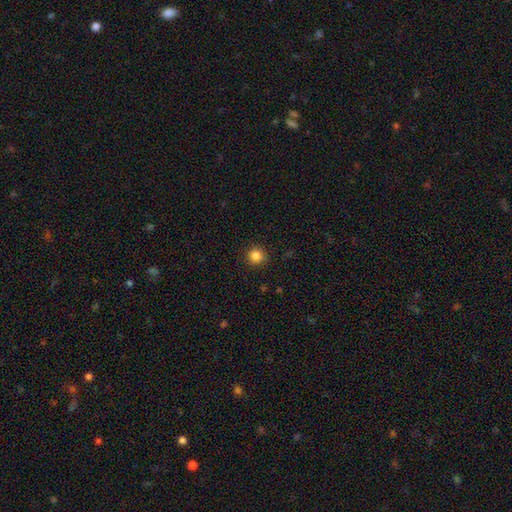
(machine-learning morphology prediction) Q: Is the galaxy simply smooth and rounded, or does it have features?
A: smooth — 85%.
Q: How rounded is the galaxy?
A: round — 93%.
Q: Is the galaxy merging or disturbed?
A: none — 90%.